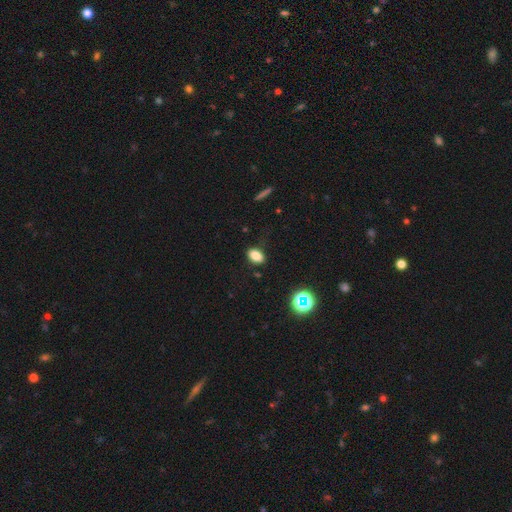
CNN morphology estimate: A smooth galaxy with no disk features (82%) that is in between round and cigar-shaped (87%).

Vote fractions:
- Smooth or featured? smooth: 82% / star or artifact: 12% / featured or disk: 6%
- How rounded? in between: 87% / round: 9% / cigar-shaped: 3%
- Merging? none: 84% / minor disturbance: 12% / major disturbance: 3% / merger: 1%